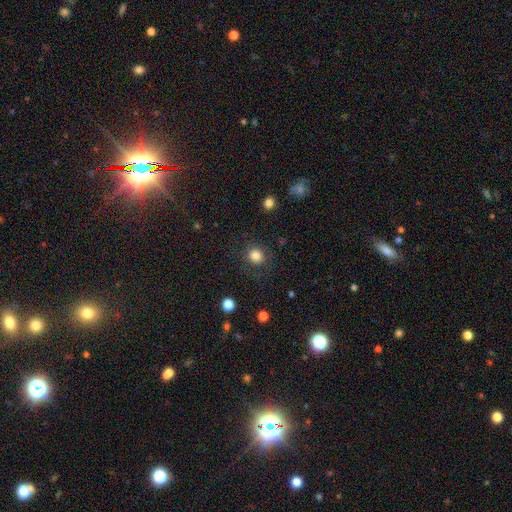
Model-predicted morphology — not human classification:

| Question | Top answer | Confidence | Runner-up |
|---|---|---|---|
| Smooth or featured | smooth | 83% | star or artifact (12%) |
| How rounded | round | 89% | in between (10%) |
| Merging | none | 84% | minor disturbance (9%) |